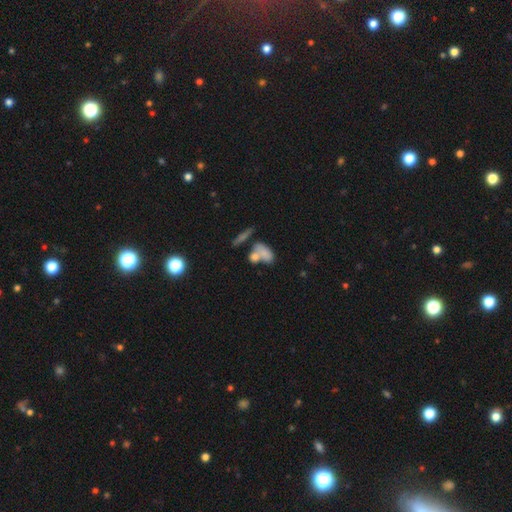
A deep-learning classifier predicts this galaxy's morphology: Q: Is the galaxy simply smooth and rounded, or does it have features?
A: smooth — 71%.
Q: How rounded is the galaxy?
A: in between — 73%.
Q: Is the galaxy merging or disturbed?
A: merger — 46%.